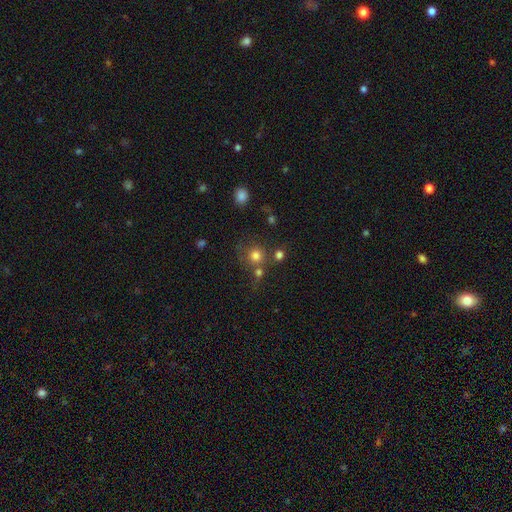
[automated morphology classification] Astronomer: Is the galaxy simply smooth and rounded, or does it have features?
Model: smooth — 76%.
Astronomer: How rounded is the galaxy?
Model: round — 90%.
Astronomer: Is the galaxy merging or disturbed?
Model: none — 64%.